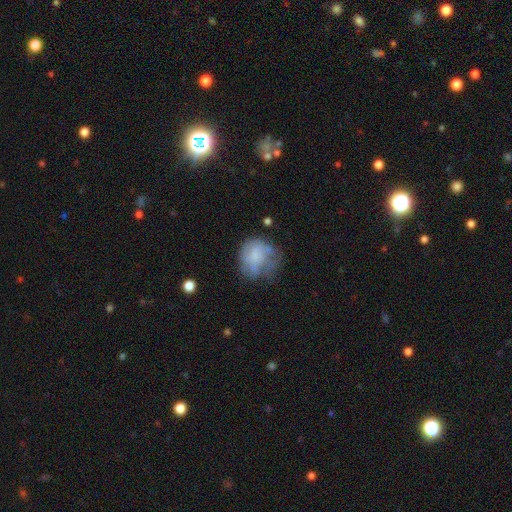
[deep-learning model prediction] A smooth galaxy with no disk features (55%) that is round (74%). Merging: none (44%).